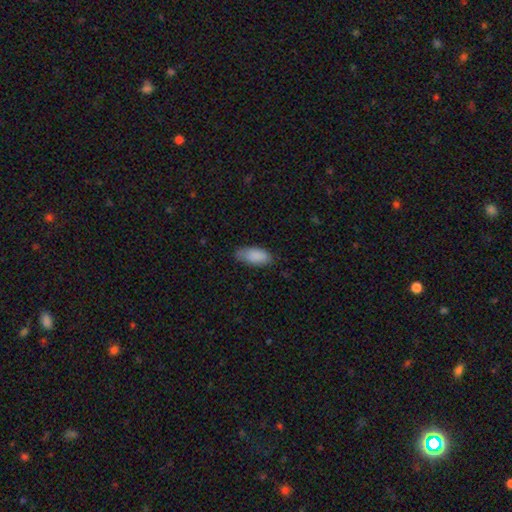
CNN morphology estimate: Smooth or featured? Predicted: smooth (p=0.88). How rounded? Predicted: in between (p=0.89). Merging? Predicted: none (p=0.71).